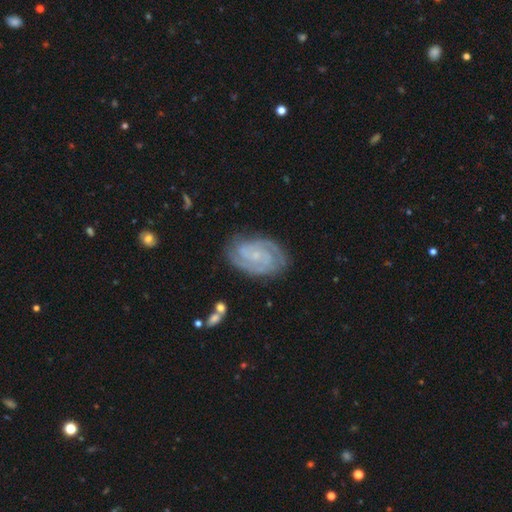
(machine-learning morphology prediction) A featured or disk galaxy (88%) with no bar (61%), 2 (58%) tight (69%) spiral arms (98%) and a small central bulge (75%).

Vote fractions:
- Smooth or featured? featured or disk: 88% / smooth: 7% / star or artifact: 5%
- Edge-on disk? no: 98% / yes: 2%
- Bar? no: 61% / weak: 31% / strong: 8%
- Spiral arms? yes: 98% / no: 2%
- Spiral winding? tight: 69% / medium: 27% / loose: 4%
- Spiral arm count? 2: 58% / 3: 19% / can't tell: 10% / 4: 5% / 1: 4% / more than 4: 4%
- Bulge size? small: 75% / none: 13% / moderate: 10% / large: 1% / dominant: 1%
- Merging? none: 80% / minor disturbance: 14% / major disturbance: 4% / merger: 1%